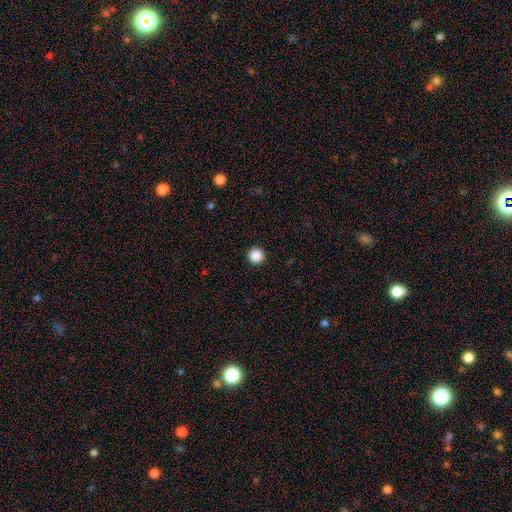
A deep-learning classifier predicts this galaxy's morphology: This appears to be a smooth galaxy with no disk features (88%) that is round (97%). Merging: none (94%).